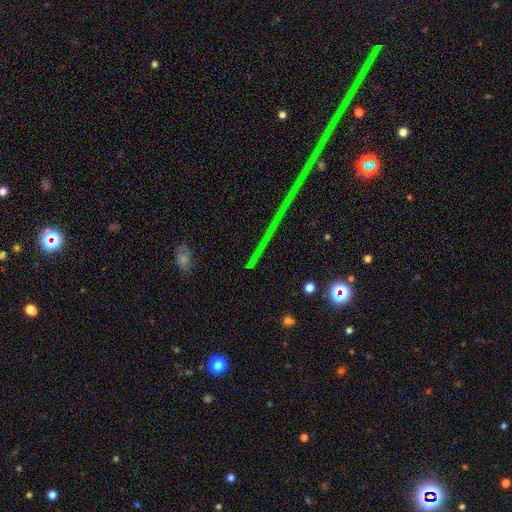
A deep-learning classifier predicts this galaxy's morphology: This appears to be a star or artifact, not a galaxy (68%).